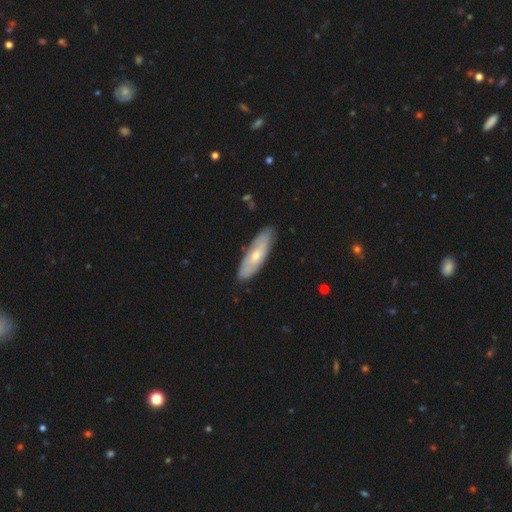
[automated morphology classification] smooth 49%, featured or disk 46%, star or artifact 5%. Down the decision tree: merging — none (84%).